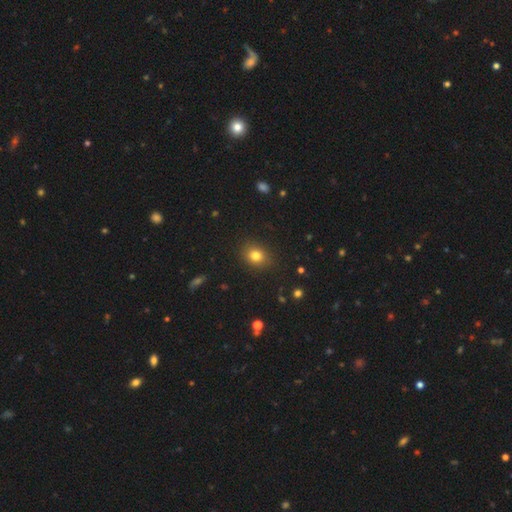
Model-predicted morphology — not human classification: This appears to be a smooth galaxy with no disk features (80%) that is round (61%). Merging: none (87%).